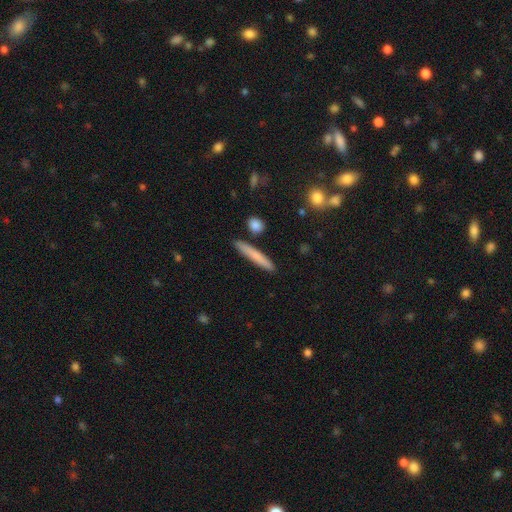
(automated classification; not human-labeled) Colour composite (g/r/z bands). It shows a smooth galaxy with no disk features (73%) that is cigar-shaped (95%). Merging: none (88%).